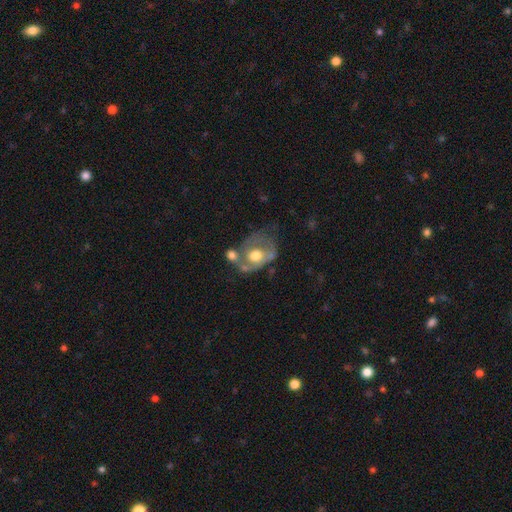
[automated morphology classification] featured or disk 58%, smooth 35%, star or artifact 7%. Down the decision tree: edge-on disk — no (96%); bar — no (82%); spiral arms — no (56%); bulge size — moderate (62%); merging — merger (30%).